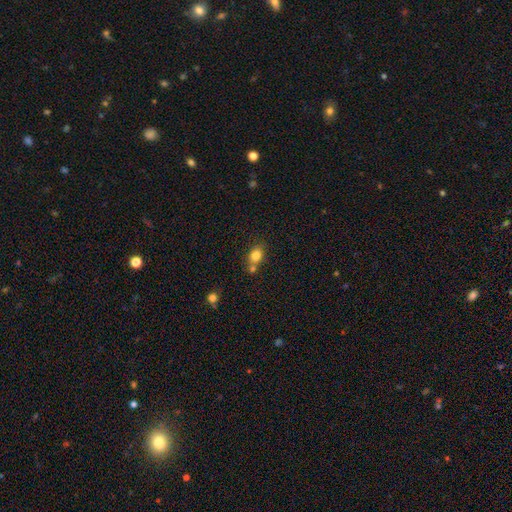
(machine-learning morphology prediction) Smooth or featured? Predicted: smooth (p=0.81). How rounded? Predicted: round (p=0.51). Merging? Predicted: none (p=0.55).